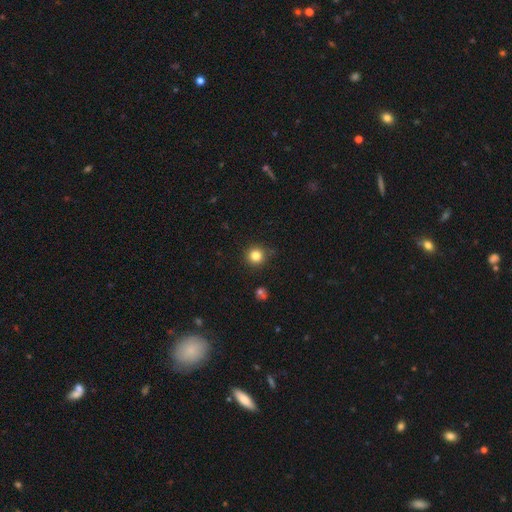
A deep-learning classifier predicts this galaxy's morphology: The model was most divided on "smooth or featured": smooth: 82%, star or artifact: 13%, featured or disk: 5%. More confident: how rounded — round (94%); merging — none (89%).